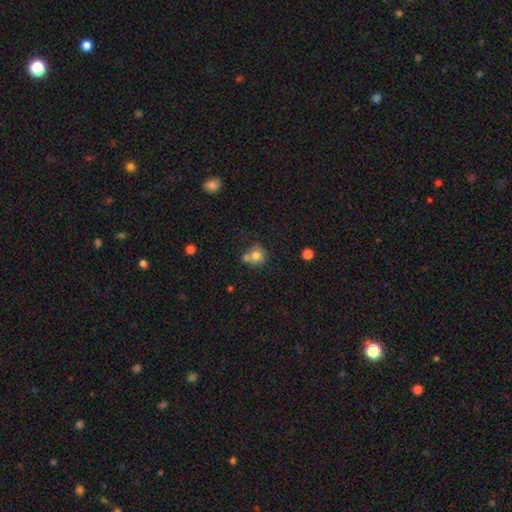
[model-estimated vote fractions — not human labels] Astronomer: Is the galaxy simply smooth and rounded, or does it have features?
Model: smooth — 76%.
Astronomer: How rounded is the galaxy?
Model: round — 81%.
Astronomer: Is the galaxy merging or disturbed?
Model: none — 47% (runner-up: merger, 32%).